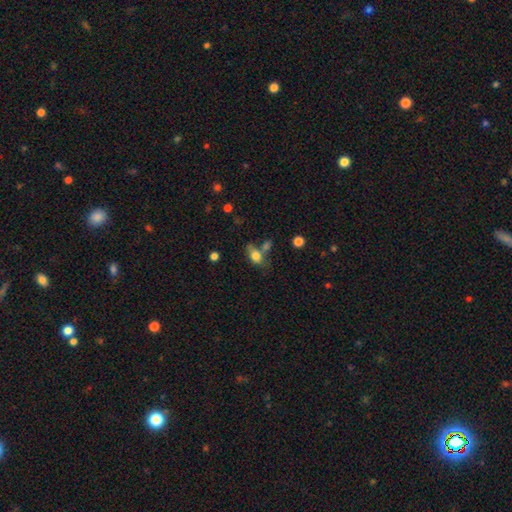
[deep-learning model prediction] smooth_or_featured: smooth (p=0.71) [alt: featured or disk p=0.18]
how_rounded: in between (p=0.74) [alt: round p=0.19]
merging: none (p=0.43) [alt: merger p=0.24]